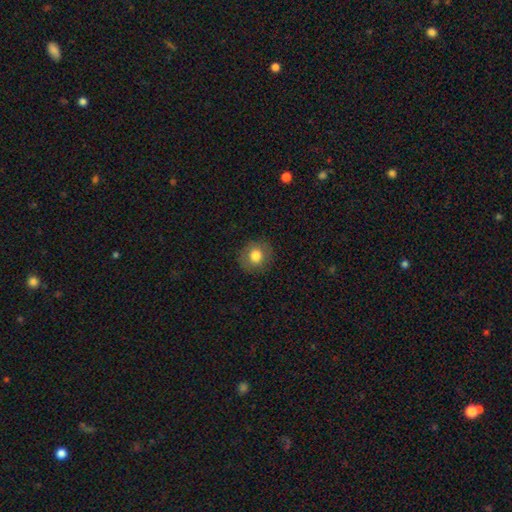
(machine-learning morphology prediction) Smooth or featured?
  - smooth: 78% *
  - featured or disk: 13%
  - star or artifact: 9%
How rounded?
  - round: 87% *
  - in between: 12%
  - cigar-shaped: 1%
Merging?
  - none: 87% *
  - minor disturbance: 9%
  - major disturbance: 3%
  - merger: 1%